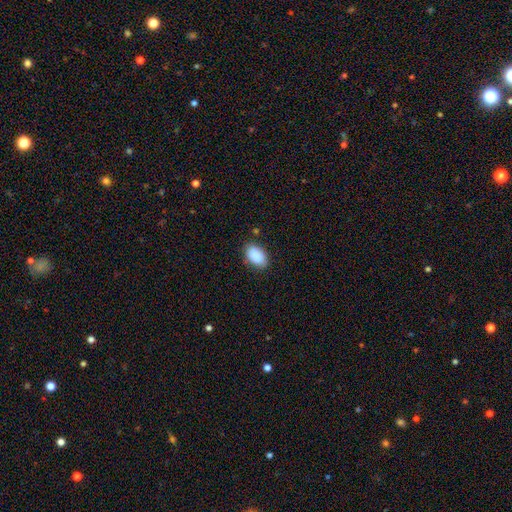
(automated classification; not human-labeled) smooth_or_featured: smooth (p=0.90) [alt: star or artifact p=0.07]
how_rounded: in between (p=0.92) [alt: round p=0.06]
merging: none (p=0.82) [alt: minor disturbance p=0.14]